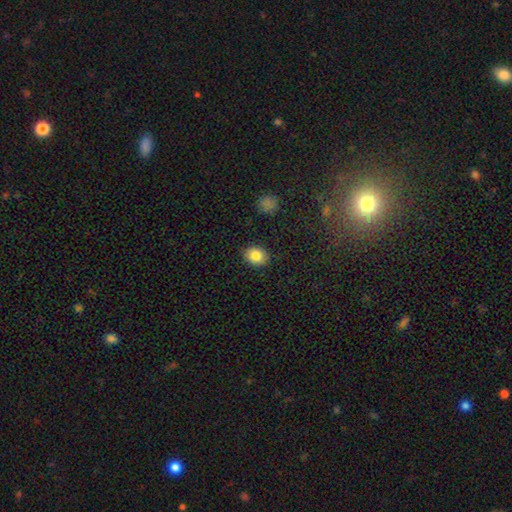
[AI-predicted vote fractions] Smooth or featured?
  - smooth: 84% *
  - star or artifact: 9%
  - featured or disk: 7%
How rounded?
  - in between: 52% *
  - round: 47%
  - cigar-shaped: 1%
Merging?
  - none: 88% *
  - minor disturbance: 8%
  - major disturbance: 2%
  - merger: 1%